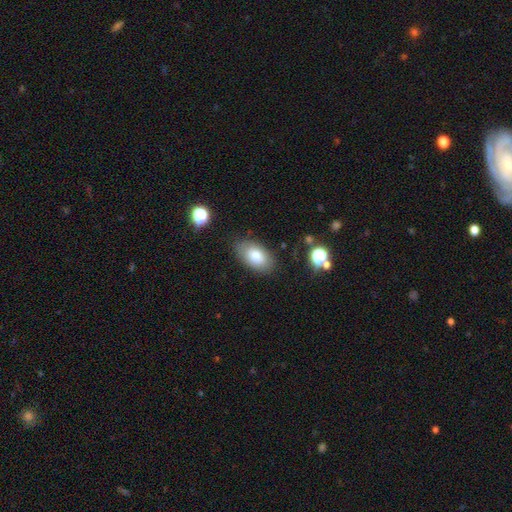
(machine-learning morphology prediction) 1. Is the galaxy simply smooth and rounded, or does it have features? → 79% smooth, 13% featured or disk, 8% star or artifact.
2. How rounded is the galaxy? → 92% in between, 7% round, 1% cigar-shaped.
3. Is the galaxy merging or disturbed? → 81% none, 14% minor disturbance, 4% major disturbance, 2% merger.